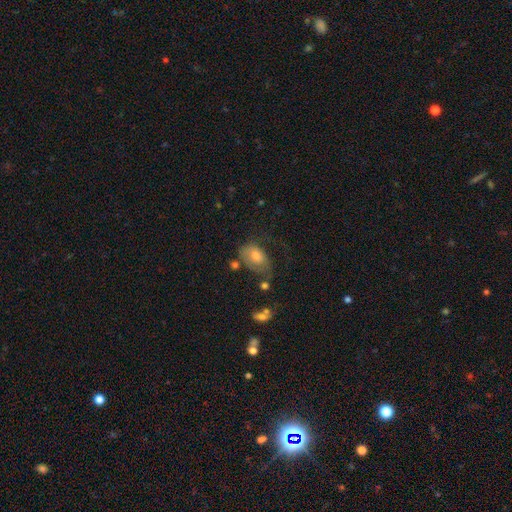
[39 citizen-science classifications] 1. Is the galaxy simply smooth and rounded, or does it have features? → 49% featured or disk, 41% smooth, 10% star or artifact.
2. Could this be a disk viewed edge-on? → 100% no, 0% yes.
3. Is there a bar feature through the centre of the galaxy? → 84% no, 16% weak, 0% strong.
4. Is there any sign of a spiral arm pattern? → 74% yes, 26% no.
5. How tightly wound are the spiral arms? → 50% tight, 36% loose, 14% medium.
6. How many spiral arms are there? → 57% can't tell, 29% 1, 14% 2, 0% 3, 0% 4, 0% more than 4.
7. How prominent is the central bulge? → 79% moderate, 16% small, 5% large, 0% dominant, 0% none.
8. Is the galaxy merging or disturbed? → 51% major disturbance, 29% minor disturbance, 14% none, 6% merger.